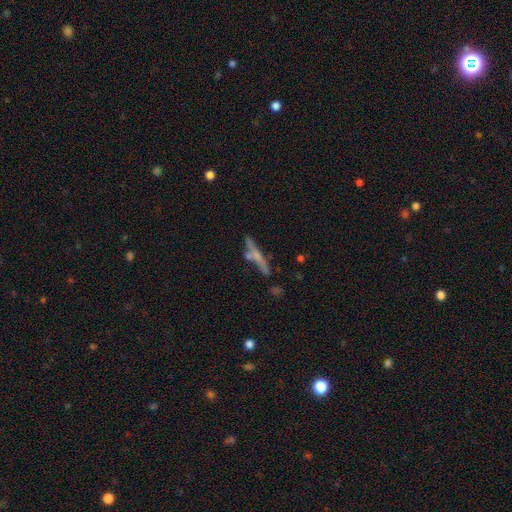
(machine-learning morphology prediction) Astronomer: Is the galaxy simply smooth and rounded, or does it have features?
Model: featured or disk — 47% (runner-up: smooth, 43%).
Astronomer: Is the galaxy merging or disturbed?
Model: none — 59%.